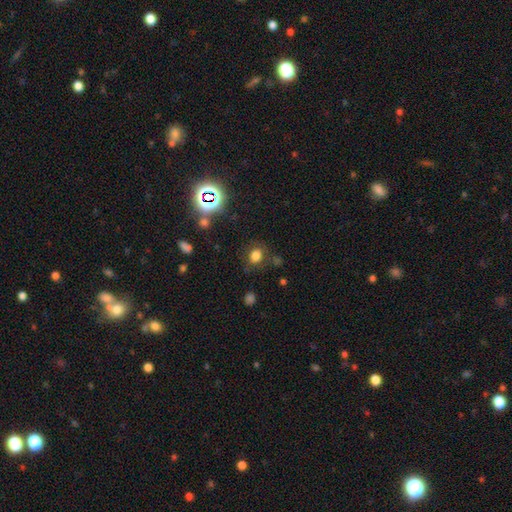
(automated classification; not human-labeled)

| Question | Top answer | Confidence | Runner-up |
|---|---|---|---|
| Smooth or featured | smooth | 74% | star or artifact (19%) |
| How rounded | round | 60% | in between (39%) |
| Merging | none | 77% | minor disturbance (14%) |